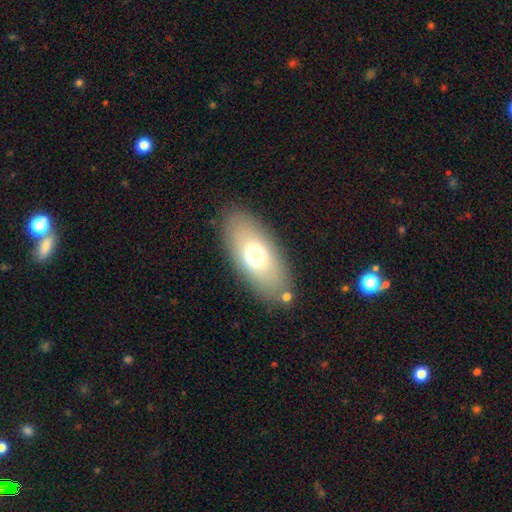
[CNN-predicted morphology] A smooth galaxy with no disk features (67%) that is in between round and cigar-shaped (88%). Merging: none (83%).